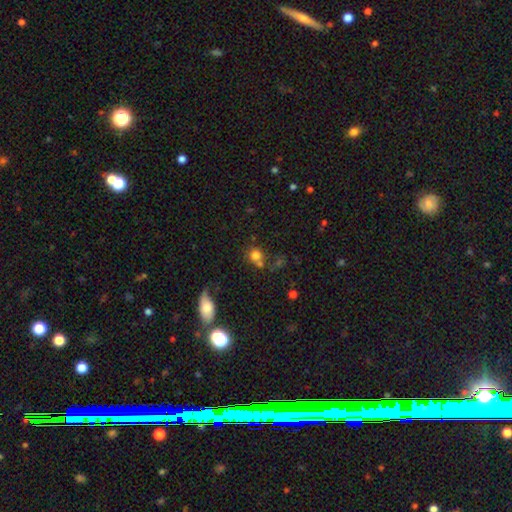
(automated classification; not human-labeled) Smooth or featured? Predicted: smooth (p=0.77). How rounded? Predicted: round (p=0.83). Merging? Predicted: none (p=0.55).